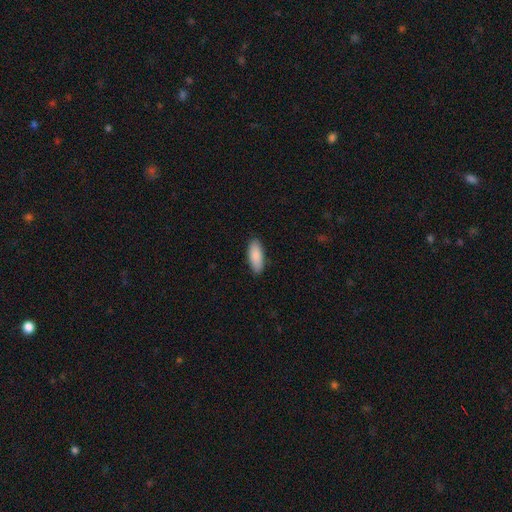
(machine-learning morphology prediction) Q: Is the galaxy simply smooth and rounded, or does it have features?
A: smooth — 89%.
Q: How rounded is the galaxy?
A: in between — 78%.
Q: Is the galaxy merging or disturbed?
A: none — 88%.